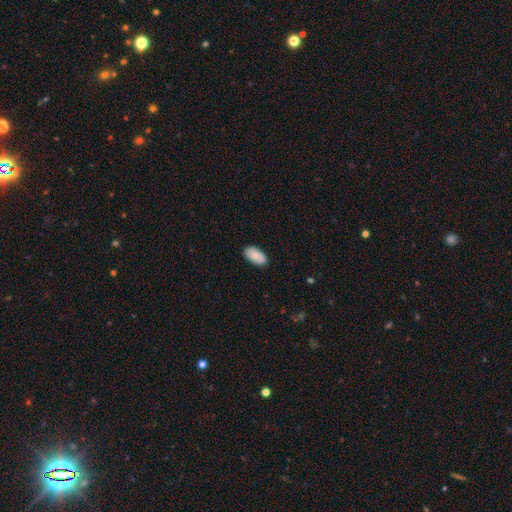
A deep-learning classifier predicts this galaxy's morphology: Smooth or featured? smooth (83%)
How rounded? in between (95%)
Merging? none (87%)